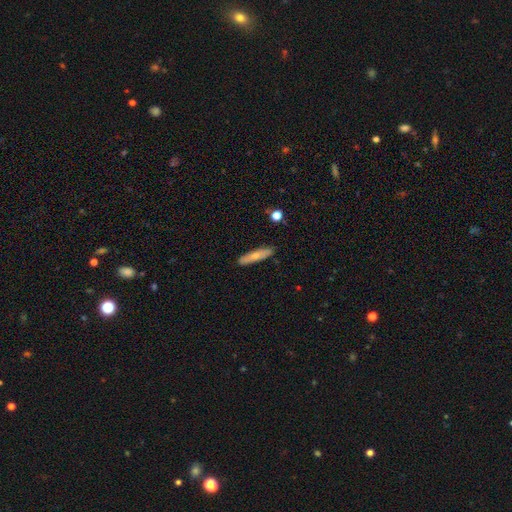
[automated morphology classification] smooth 65%, featured or disk 28%, star or artifact 7%. Down the decision tree: how rounded — cigar-shaped (81%); merging — none (87%).